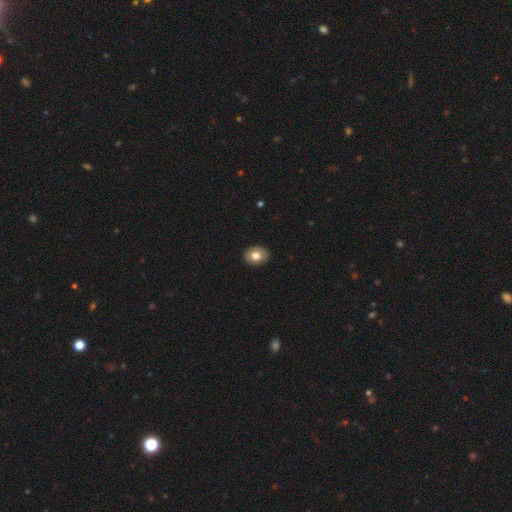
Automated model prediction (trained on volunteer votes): A smooth galaxy with no disk features (76%) that is in between round and cigar-shaped (56%).

Vote fractions:
- Smooth or featured? smooth: 76% / featured or disk: 16% / star or artifact: 8%
- How rounded? in between: 56% / round: 43% / cigar-shaped: 1%
- Merging? none: 90% / minor disturbance: 8% / major disturbance: 2% / merger: 1%